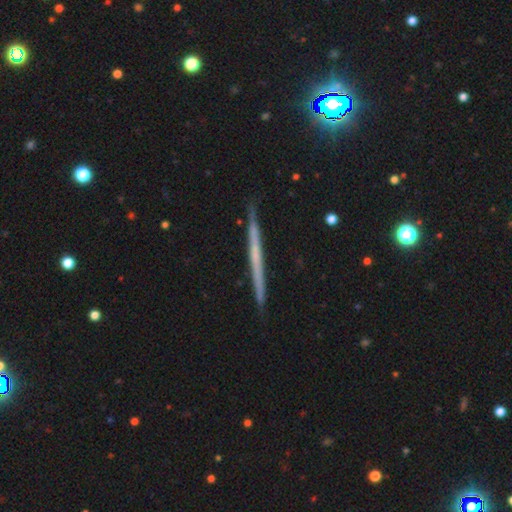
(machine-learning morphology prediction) A featured or disk galaxy (59%) viewed edge-on (98%) with no central bulge (88%).

Vote fractions:
- Smooth or featured? featured or disk: 59% / smooth: 33% / star or artifact: 8%
- Edge-on disk? yes: 98% / no: 2%
- Edge-on bulge? none: 88% / rounded: 8% / boxy: 4%
- Merging? none: 91% / minor disturbance: 7% / major disturbance: 1% / merger: 1%